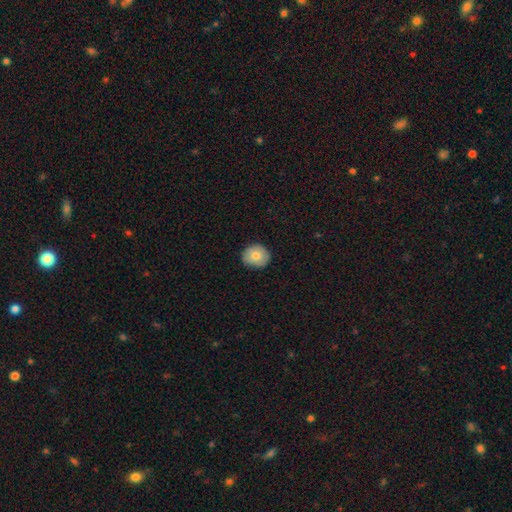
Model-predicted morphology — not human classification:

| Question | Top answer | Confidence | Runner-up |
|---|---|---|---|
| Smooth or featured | smooth | 78% | featured or disk (15%) |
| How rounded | round | 78% | in between (21%) |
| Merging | none | 85% | minor disturbance (12%) |